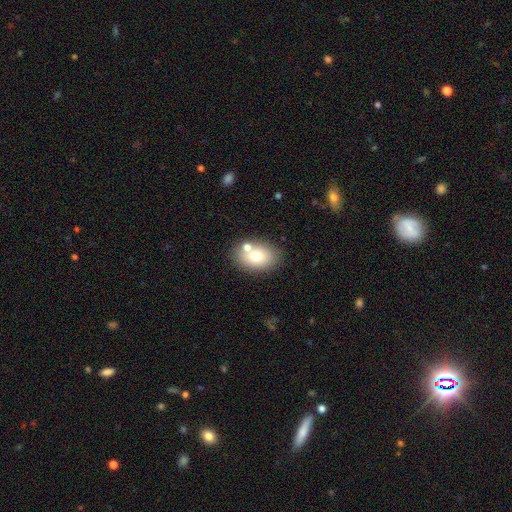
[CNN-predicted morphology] Smooth or featured?
  - smooth: 73% *
  - featured or disk: 17%
  - star or artifact: 9%
How rounded?
  - in between: 79% *
  - round: 20%
  - cigar-shaped: 1%
Merging?
  - none: 71% *
  - merger: 14%
  - minor disturbance: 12%
  - major disturbance: 3%